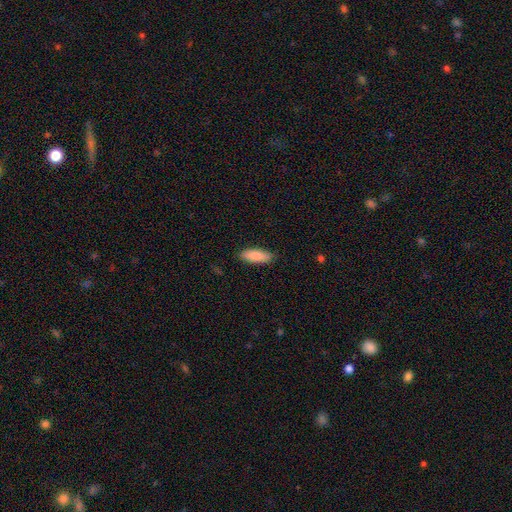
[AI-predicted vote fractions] smooth 88%, featured or disk 7%, star or artifact 5%. Down the decision tree: how rounded — in between (63%); merging — none (87%).